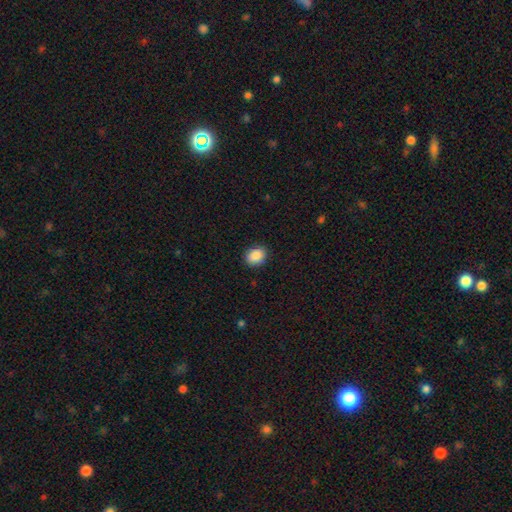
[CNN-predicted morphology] Smooth or featured? Predicted: smooth (p=0.88). How rounded? Predicted: round (p=0.52). Merging? Predicted: none (p=0.86).